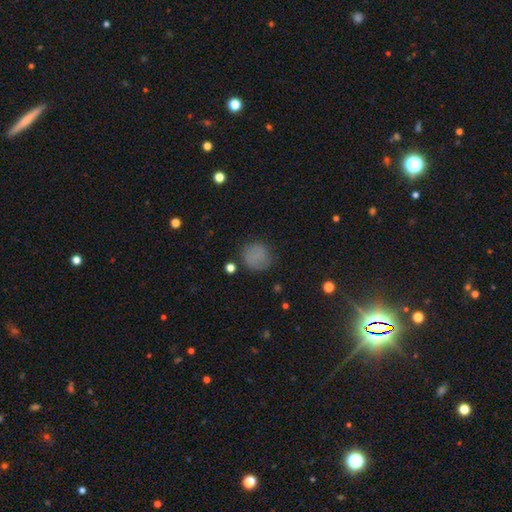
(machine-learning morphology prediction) Q: Smooth or featured?
A: smooth (77%); runner-up: star or artifact (14%)
Q: How rounded?
A: round (88%); runner-up: in between (11%)
Q: Merging?
A: none (75%); runner-up: minor disturbance (17%)